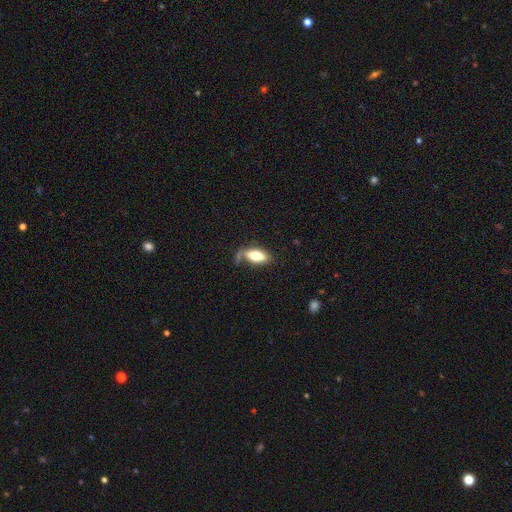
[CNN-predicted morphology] A smooth galaxy with no disk features (70%) that is in between round and cigar-shaped (83%).

Vote fractions:
- Smooth or featured? smooth: 70% / featured or disk: 24% / star or artifact: 6%
- How rounded? in between: 83% / cigar-shaped: 13% / round: 3%
- Merging? none: 50% / minor disturbance: 26% / major disturbance: 16% / merger: 8%